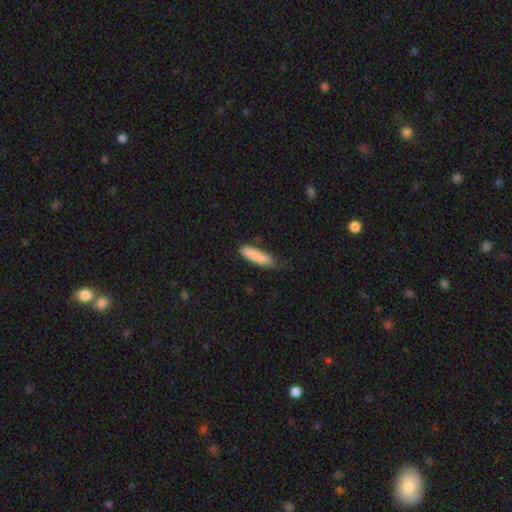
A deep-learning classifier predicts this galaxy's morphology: smooth 87%, featured or disk 8%, star or artifact 6%. Down the decision tree: how rounded — cigar-shaped (68%); merging — none (62%).